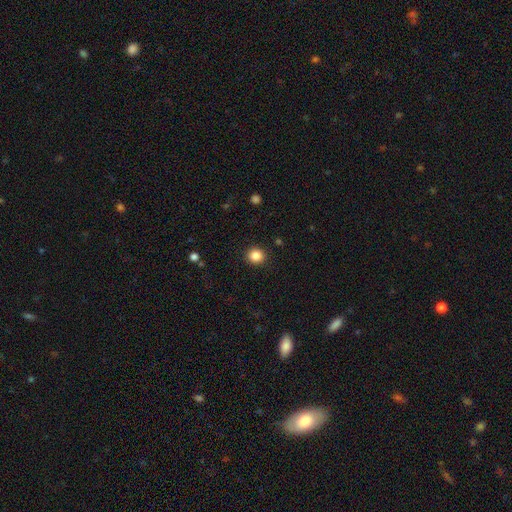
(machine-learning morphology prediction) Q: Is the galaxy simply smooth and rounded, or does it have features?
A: smooth — 85%.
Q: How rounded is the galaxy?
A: round — 91%.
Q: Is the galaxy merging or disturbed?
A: none — 92%.